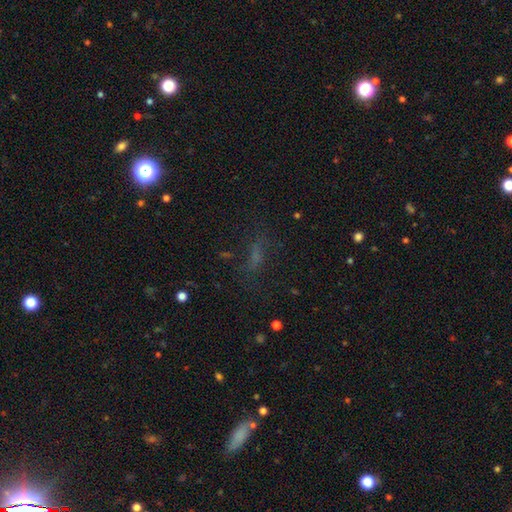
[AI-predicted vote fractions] smooth_or_featured: smooth (p=0.42) [alt: star or artifact p=0.35]
merging: none (p=0.63) [alt: minor disturbance p=0.18]